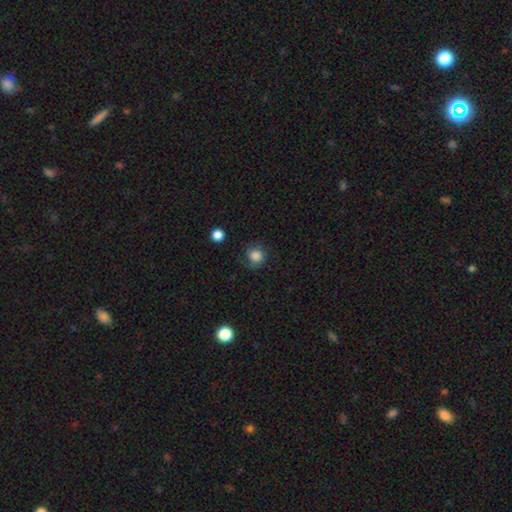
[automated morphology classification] A smooth galaxy with no disk features (77%) that is round (85%). Merging: none (67%).